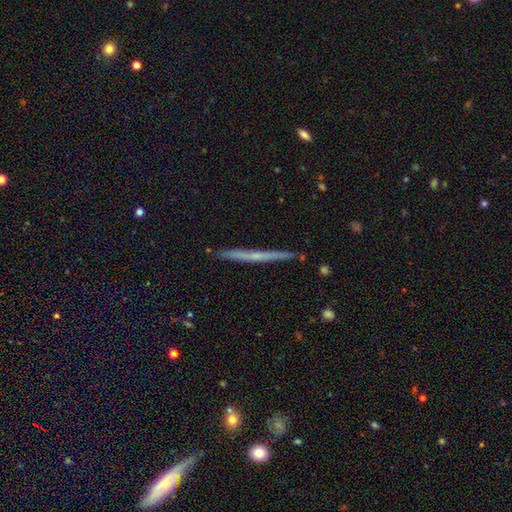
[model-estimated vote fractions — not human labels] This appears to be a featured or disk galaxy (60%) viewed edge-on (98%) with no central bulge (73%). Merging: none (91%).